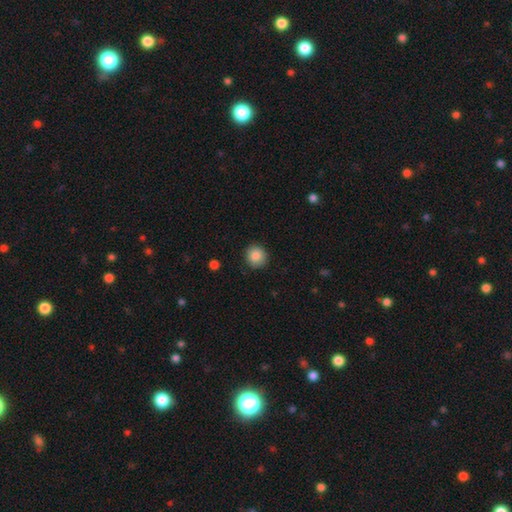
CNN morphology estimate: This appears to be a smooth galaxy with no disk features (86%) that is round (89%). Merging: none (89%).